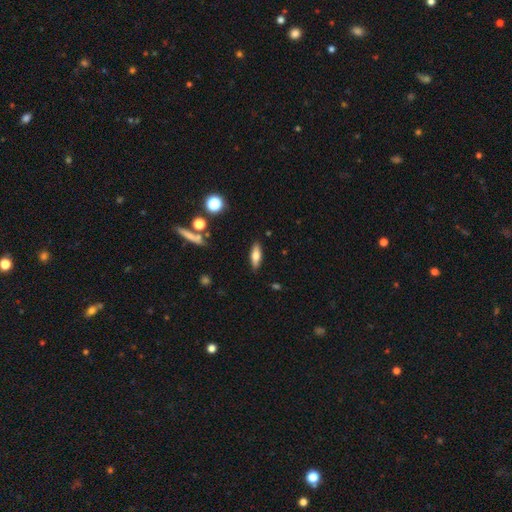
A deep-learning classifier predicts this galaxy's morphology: This appears to be a smooth galaxy with no disk features (69%) that is in between round and cigar-shaped (57%). Merging: none (86%).